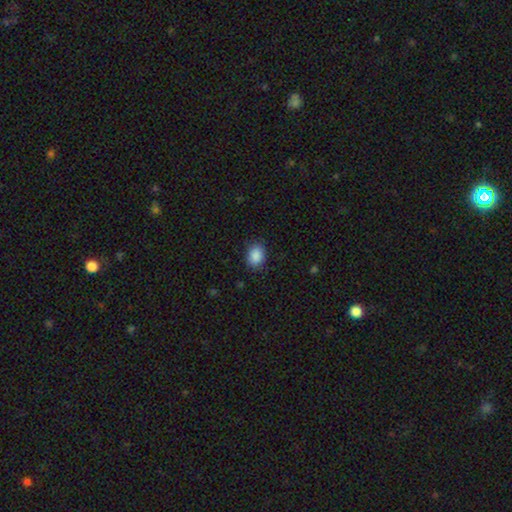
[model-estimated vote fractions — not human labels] smooth-or-featured: smooth: 89% | star or artifact: 8% | featured or disk: 3%
  how-rounded: in between: 71% | round: 28% | cigar-shaped: 1%
  merging: none: 85% | minor disturbance: 11% | major disturbance: 3% | merger: 1%